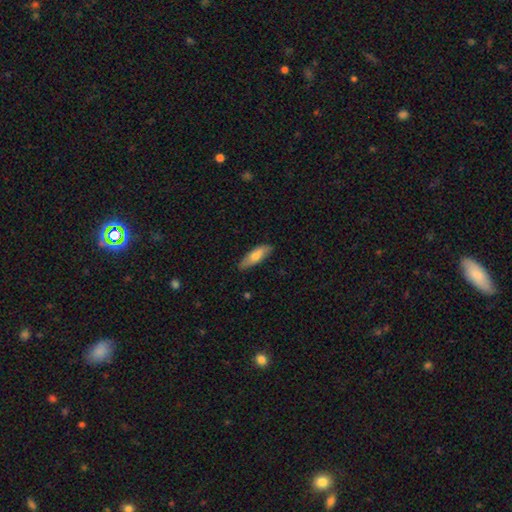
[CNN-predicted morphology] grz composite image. It shows a smooth galaxy with no disk features (69%) that is in between round and cigar-shaped (62%). Merging: none (83%).